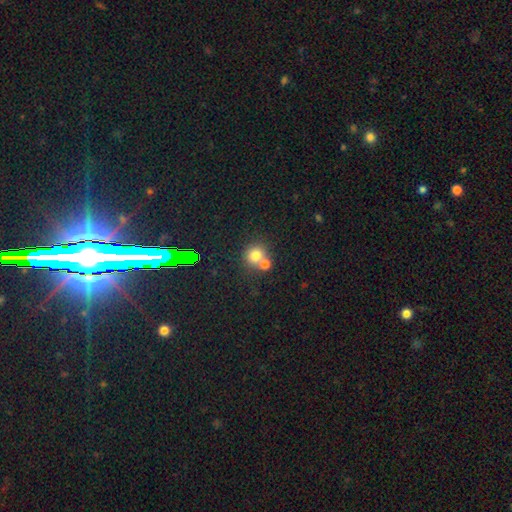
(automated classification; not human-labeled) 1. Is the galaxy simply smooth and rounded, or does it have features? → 76% smooth, 14% star or artifact, 10% featured or disk.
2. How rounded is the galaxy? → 86% round, 13% in between, 1% cigar-shaped.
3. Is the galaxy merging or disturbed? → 47% none, 44% merger, 7% minor disturbance, 3% major disturbance.